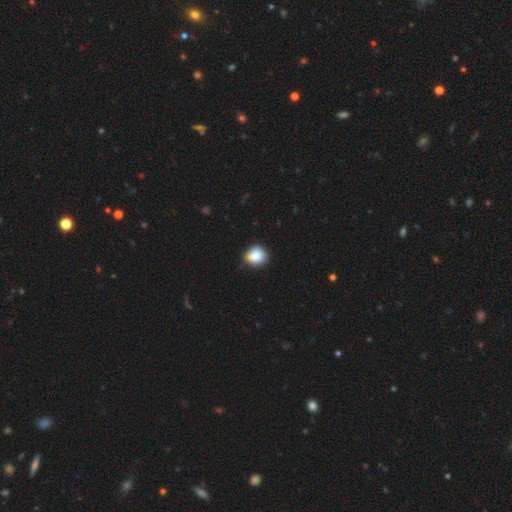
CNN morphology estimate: type=smooth (82%); roundness=round (76%); merging=none (64%).